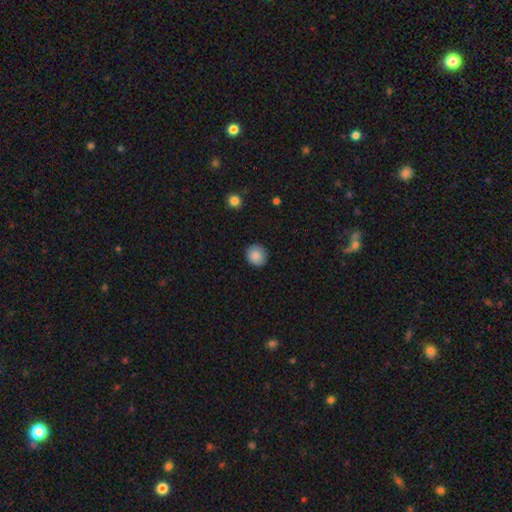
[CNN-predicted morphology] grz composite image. It shows a smooth galaxy with no disk features (88%) that is round (89%). Merging: none (89%).